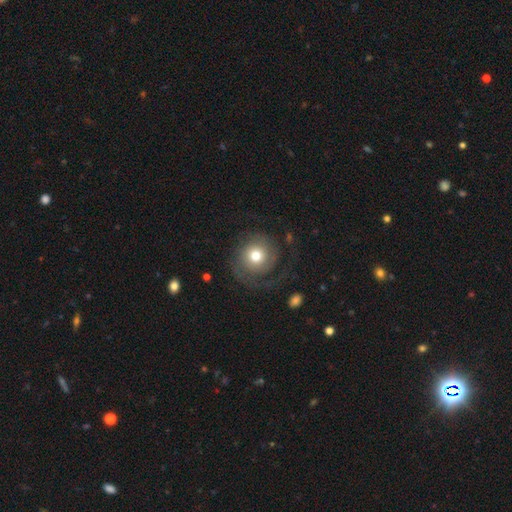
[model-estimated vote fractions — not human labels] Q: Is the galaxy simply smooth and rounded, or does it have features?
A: featured or disk — 52%.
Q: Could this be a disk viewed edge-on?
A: no — 97%.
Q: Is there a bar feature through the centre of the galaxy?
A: no — 82%.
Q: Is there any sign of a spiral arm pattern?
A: yes — 84%.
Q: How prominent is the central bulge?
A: moderate — 69%.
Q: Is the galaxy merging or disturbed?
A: none — 62%.